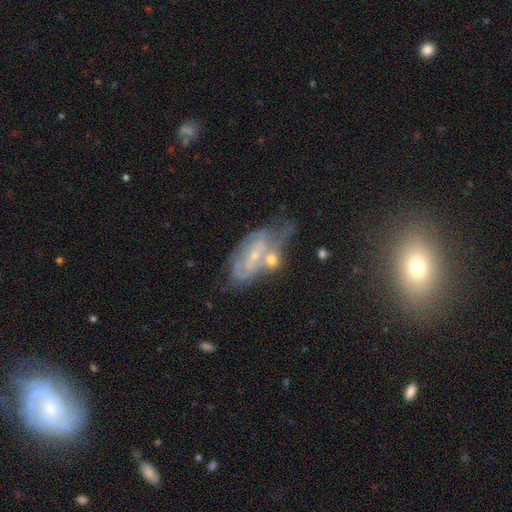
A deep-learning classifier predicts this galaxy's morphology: Smooth or featured: featured or disk — 71% (smooth — 20%)
Edge-on disk: no — 92% (yes — 8%)
Bar: no — 52% (weak — 34%)
Spiral arms: yes — 68% (no — 32%)
Bulge size: small — 71% (moderate — 23%)
Merging: merger — 33% (none — 30%)